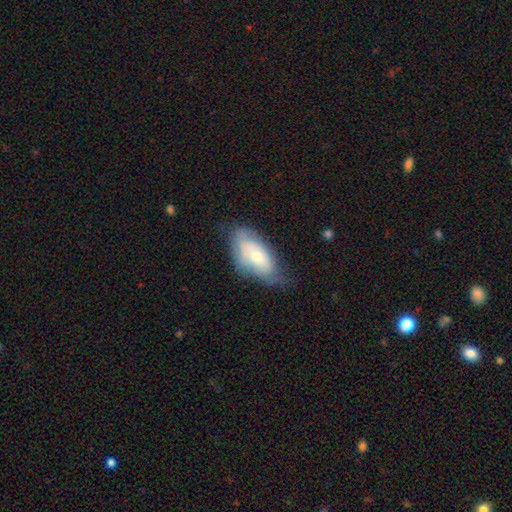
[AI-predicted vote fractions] Overall: smooth (55%; featured or disk 38%). How rounded: in between (90%). Merging: none (52%; minor disturbance 34%).